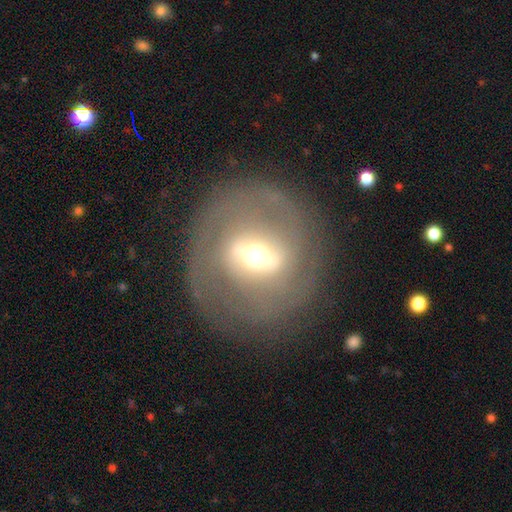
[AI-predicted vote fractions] featured or disk 73%, smooth 21%, star or artifact 7%. Down the decision tree: edge-on disk — no (93%); bar — strong (44%); spiral arms — yes (62%); bulge size — moderate (63%); merging — none (80%).